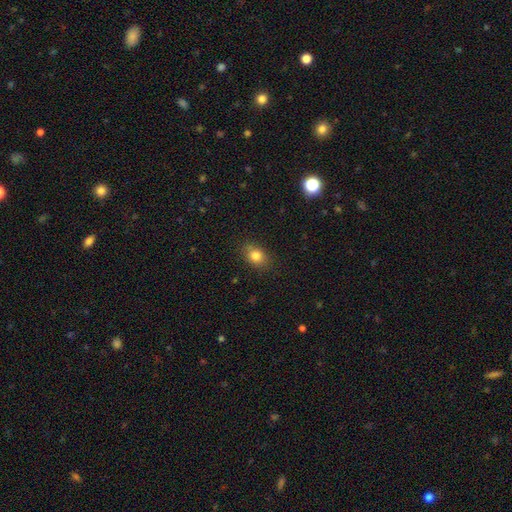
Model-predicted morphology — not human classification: This is clearly a smooth galaxy (82%). How rounded: likely in between (62%). Merging: clearly none (84%).